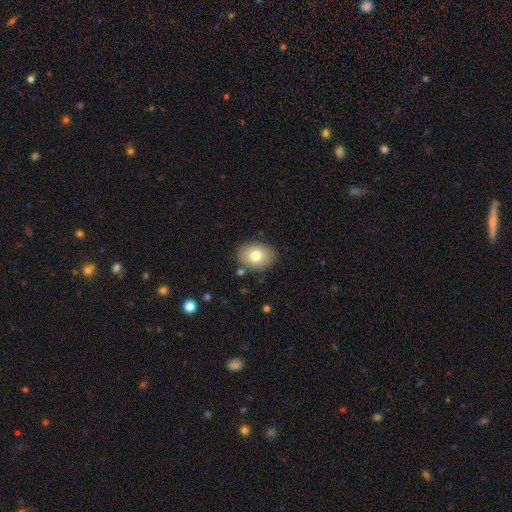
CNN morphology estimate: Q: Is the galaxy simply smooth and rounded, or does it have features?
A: smooth — 78%.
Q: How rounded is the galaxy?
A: in between — 66%.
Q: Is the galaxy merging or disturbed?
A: none — 83%.